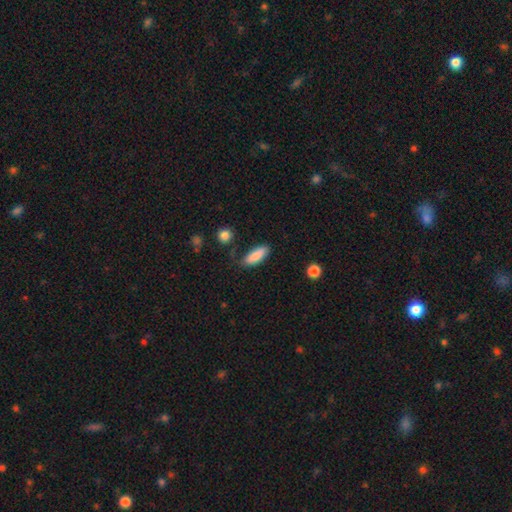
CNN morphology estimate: type=smooth (86%); roundness=in between (71%); merging=none (74%).